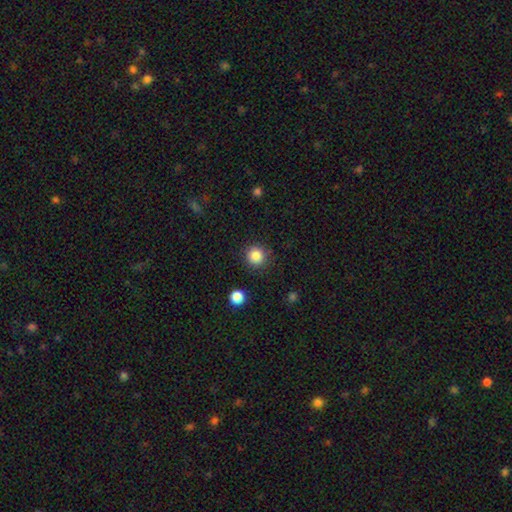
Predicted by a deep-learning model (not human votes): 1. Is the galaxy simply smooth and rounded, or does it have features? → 85% smooth, 11% star or artifact, 4% featured or disk.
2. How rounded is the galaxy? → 94% round, 5% in between, 1% cigar-shaped.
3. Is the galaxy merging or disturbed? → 89% none, 7% minor disturbance, 2% major disturbance, 2% merger.